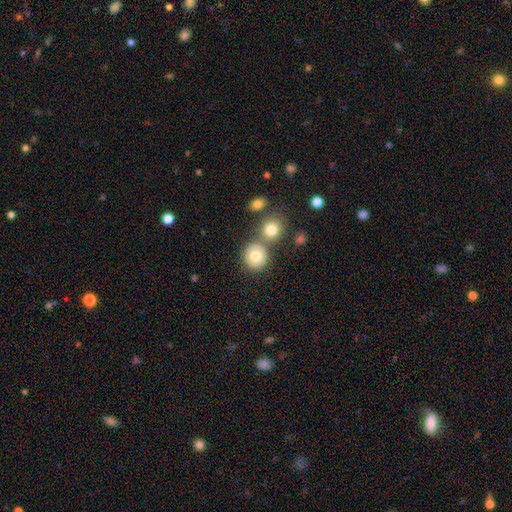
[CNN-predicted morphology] Overall: smooth (72%). How rounded: round (86%). Merging: none (66%).